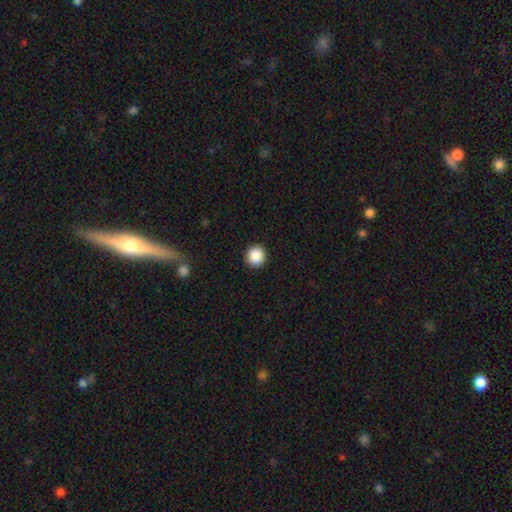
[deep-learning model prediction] Morphology: type=smooth (88%); roundness=round (95%); merging=none (92%).